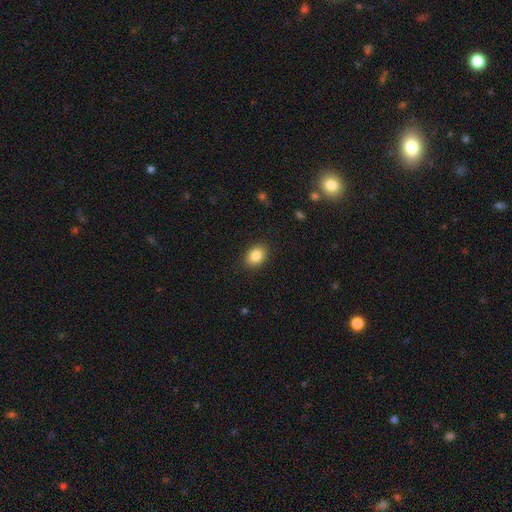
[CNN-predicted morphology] A smooth galaxy with no disk features (86%) that is in between round and cigar-shaped (66%).

Vote fractions:
- Smooth or featured? smooth: 86% / star or artifact: 9% / featured or disk: 6%
- How rounded? in between: 66% / round: 33% / cigar-shaped: 1%
- Merging? none: 89% / minor disturbance: 8% / major disturbance: 2% / merger: 1%